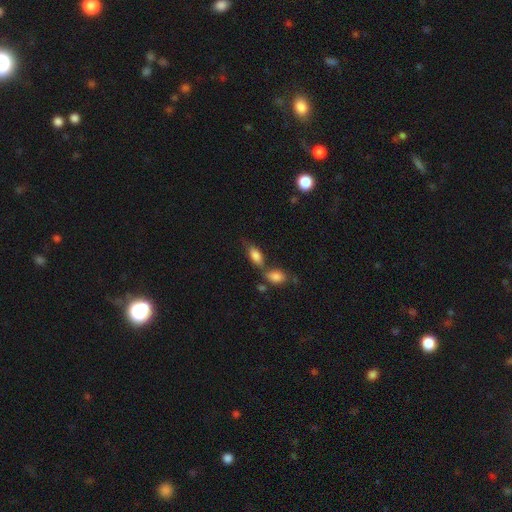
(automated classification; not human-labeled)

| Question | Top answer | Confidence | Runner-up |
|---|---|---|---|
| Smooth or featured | smooth | 79% | featured or disk (13%) |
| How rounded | in between | 86% | cigar-shaped (10%) |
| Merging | none | 47% | merger (30%) |